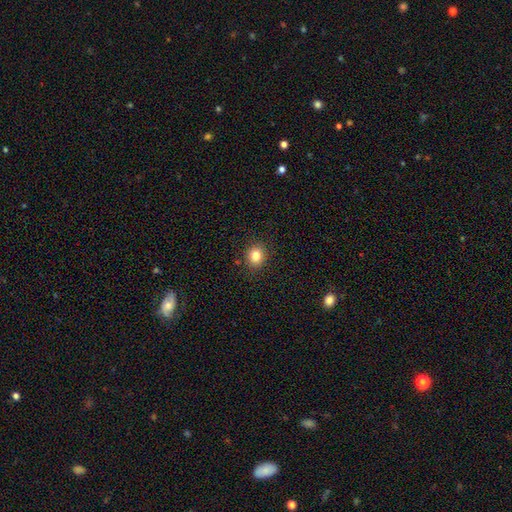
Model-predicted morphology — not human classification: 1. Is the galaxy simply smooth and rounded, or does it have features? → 82% smooth, 11% star or artifact, 6% featured or disk.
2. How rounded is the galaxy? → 73% round, 26% in between, 1% cigar-shaped.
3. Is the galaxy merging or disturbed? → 89% none, 8% minor disturbance, 2% major disturbance, 1% merger.